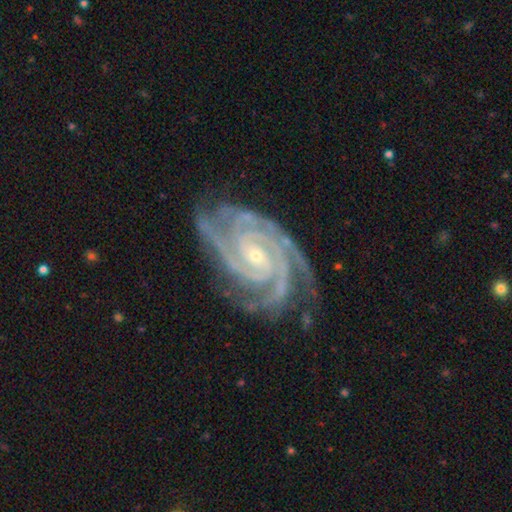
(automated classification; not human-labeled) This is clearly a featured or disk galaxy (94%). It is clearly not viewed edge-on (98%). Bar: possibly no (55%). Spiral arm pattern: clearly yes (99%). Spiral arm count: marginally 3 (38%). Spiral winding: likely tight (76%). Central bulge: likely small (76%). Merging: likely none (74%).